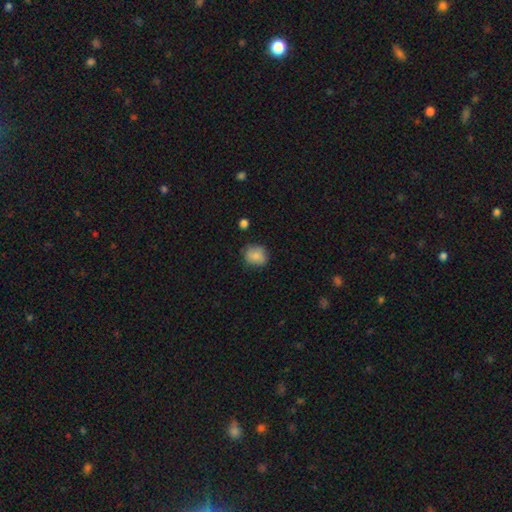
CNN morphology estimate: Q: Smooth or featured?
A: smooth (82%); runner-up: featured or disk (10%)
Q: How rounded?
A: round (67%); runner-up: in between (32%)
Q: Merging?
A: none (75%); runner-up: minor disturbance (19%)